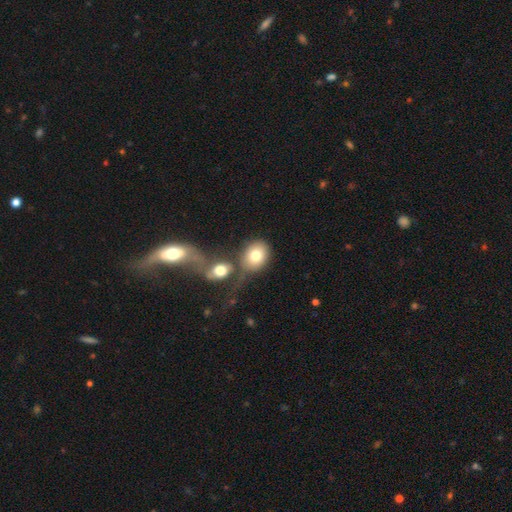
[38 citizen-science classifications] Overall: smooth (68%). How rounded: in between (69%; round 31%). Merging: none (36%; major disturbance 33%).